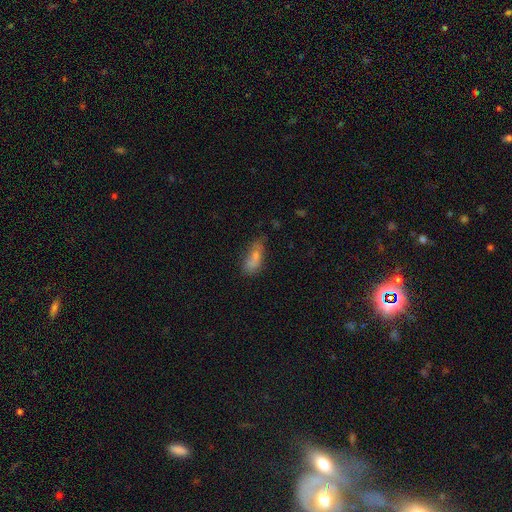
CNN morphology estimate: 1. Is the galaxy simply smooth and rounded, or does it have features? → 73% smooth, 16% featured or disk, 11% star or artifact.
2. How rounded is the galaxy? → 62% in between, 35% cigar-shaped, 3% round.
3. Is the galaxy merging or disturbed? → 53% none, 29% minor disturbance, 12% major disturbance, 6% merger.